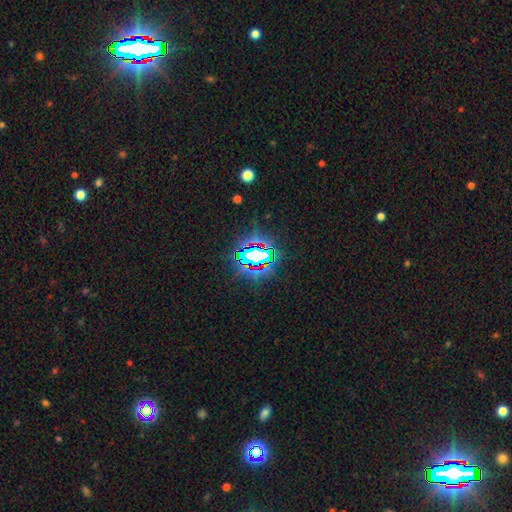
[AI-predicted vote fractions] Smooth or featured? Predicted: star or artifact (p=0.70).